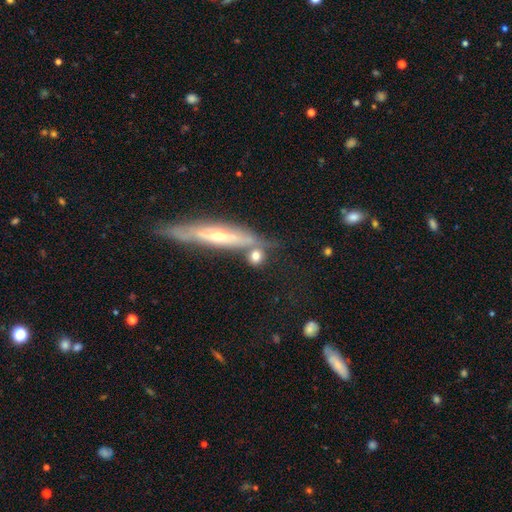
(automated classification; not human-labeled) Smooth or featured? Predicted: smooth (p=0.67). How rounded? Predicted: round (p=0.65). Merging? Predicted: none (p=0.61).